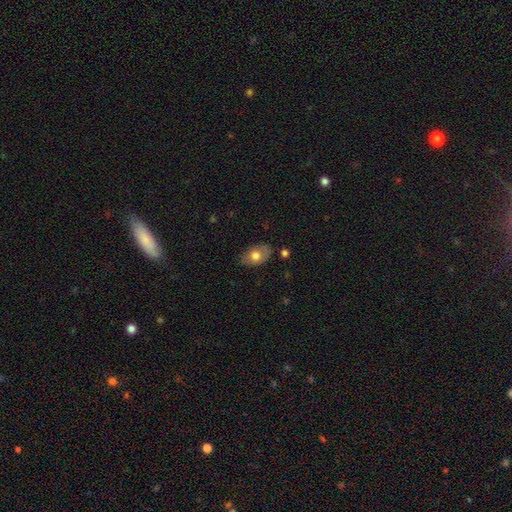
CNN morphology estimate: Smooth or featured: smooth — 71% (featured or disk — 22%)
How rounded: in between — 87% (round — 11%)
Merging: none — 76% (minor disturbance — 18%)